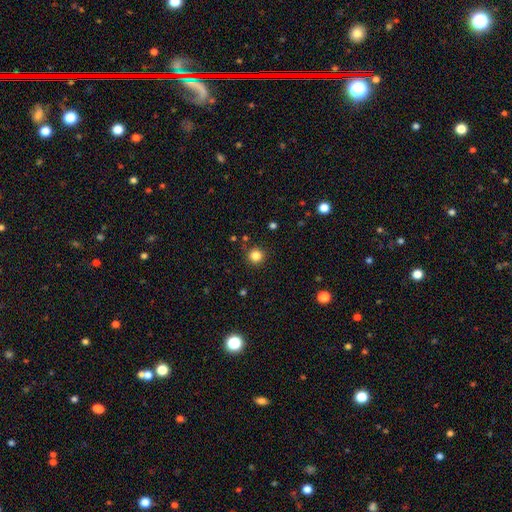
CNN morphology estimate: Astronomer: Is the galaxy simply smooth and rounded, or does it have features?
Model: smooth — 83%.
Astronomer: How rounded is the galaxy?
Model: round — 95%.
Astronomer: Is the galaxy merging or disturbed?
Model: none — 89%.